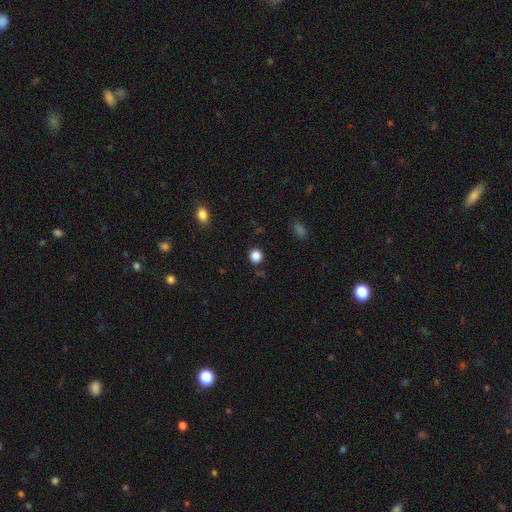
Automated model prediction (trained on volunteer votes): A smooth galaxy with no disk features (85%) that is round (89%). Merging: none (89%).